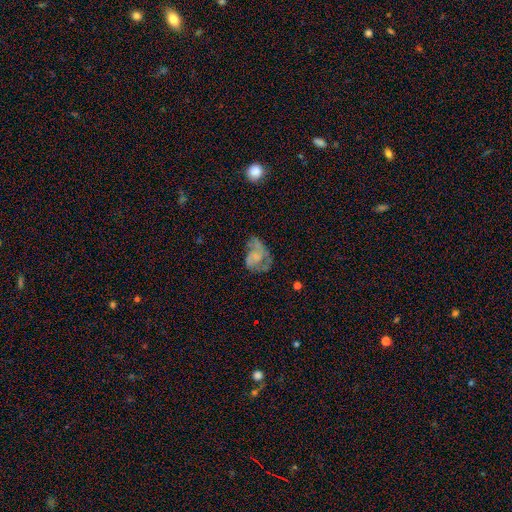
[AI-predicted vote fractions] A featured or disk galaxy (60%) with no bar (77%), spiral arms (65%) and no central bulge (56%).

Vote fractions:
- Smooth or featured? featured or disk: 60% / smooth: 30% / star or artifact: 11%
- Edge-on disk? no: 98% / yes: 2%
- Bar? no: 77% / weak: 19% / strong: 4%
- Spiral arms? yes: 65% / no: 35%
- Bulge size? none: 56% / small: 24% / moderate: 14% / large: 4% / dominant: 2%
- Merging? none: 39% / major disturbance: 33% / minor disturbance: 25% / merger: 3%